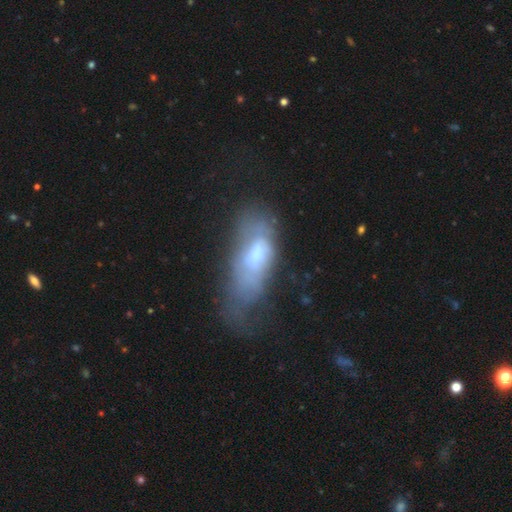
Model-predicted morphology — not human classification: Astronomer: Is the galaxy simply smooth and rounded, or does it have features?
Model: smooth — 48% (runner-up: featured or disk, 42%).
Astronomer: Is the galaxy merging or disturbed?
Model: major disturbance — 38% (runner-up: none, 29%).